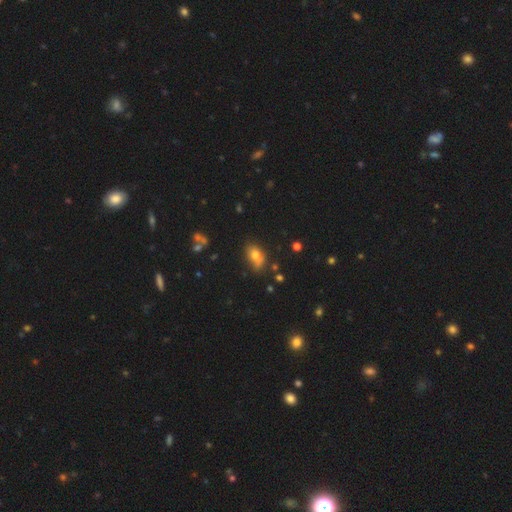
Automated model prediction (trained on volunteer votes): smooth-or-featured: smooth: 74% | featured or disk: 15% | star or artifact: 12%
  how-rounded: in between: 82% | round: 15% | cigar-shaped: 2%
  merging: none: 56% | minor disturbance: 29% | major disturbance: 9% | merger: 6%